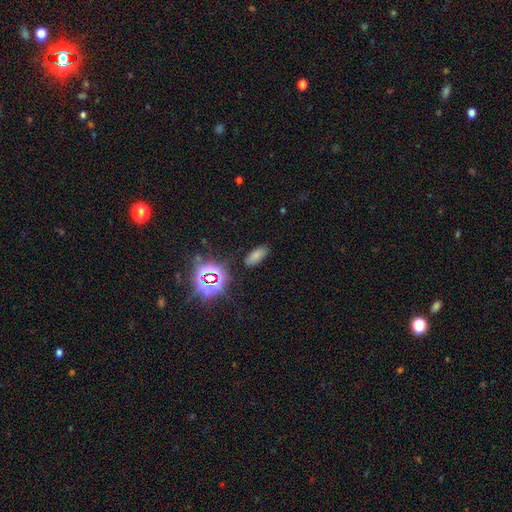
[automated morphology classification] This appears to be a smooth galaxy with no disk features (67%) that is in between round and cigar-shaped (87%). Merging: none (84%).